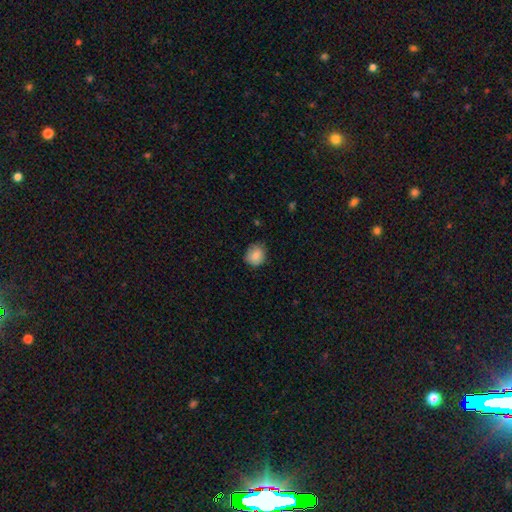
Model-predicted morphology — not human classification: This is clearly a smooth galaxy (83%). How rounded: likely round (71%). Merging: likely none (73%).